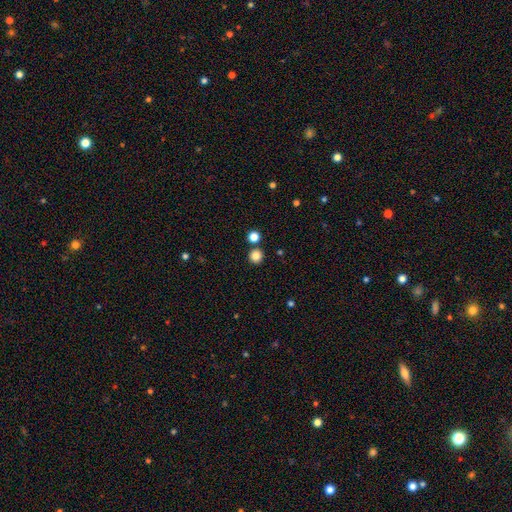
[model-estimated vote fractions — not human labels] smooth-or-featured: smooth: 83% | star or artifact: 12% | featured or disk: 4%
  how-rounded: round: 94% | in between: 5% | cigar-shaped: 1%
  merging: none: 84% | merger: 8% | minor disturbance: 6% | major disturbance: 2%